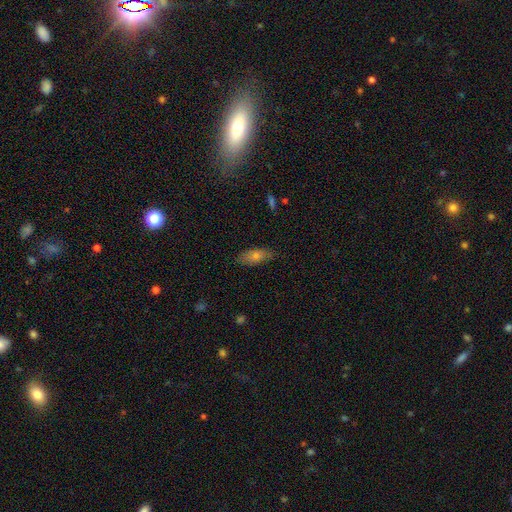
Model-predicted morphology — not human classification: Q: Smooth or featured?
A: smooth (67%); runner-up: featured or disk (21%)
Q: How rounded?
A: in between (73%); runner-up: cigar-shaped (23%)
Q: Merging?
A: none (80%); runner-up: minor disturbance (16%)